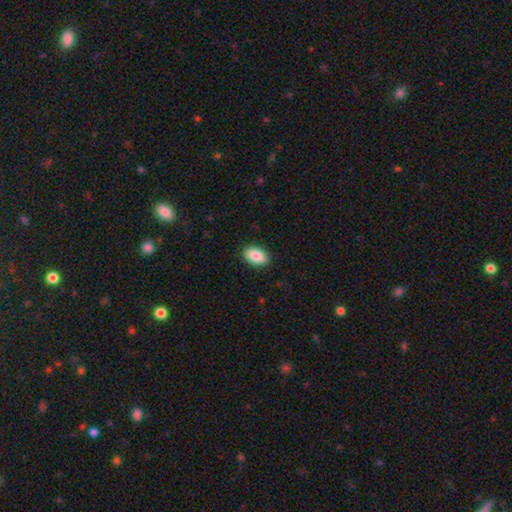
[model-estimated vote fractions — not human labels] The model was most divided on "smooth or featured": smooth: 87%, star or artifact: 7%, featured or disk: 6%. More confident: how rounded — in between (92%); merging — none (90%).